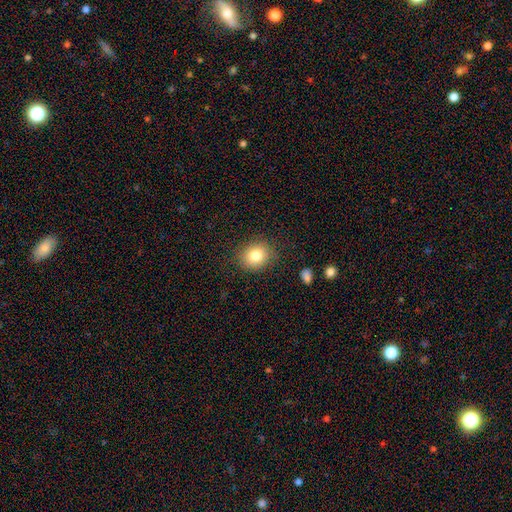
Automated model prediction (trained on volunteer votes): Q: Smooth or featured?
A: smooth (81%); runner-up: star or artifact (10%)
Q: How rounded?
A: round (69%); runner-up: in between (30%)
Q: Merging?
A: none (85%); runner-up: minor disturbance (10%)